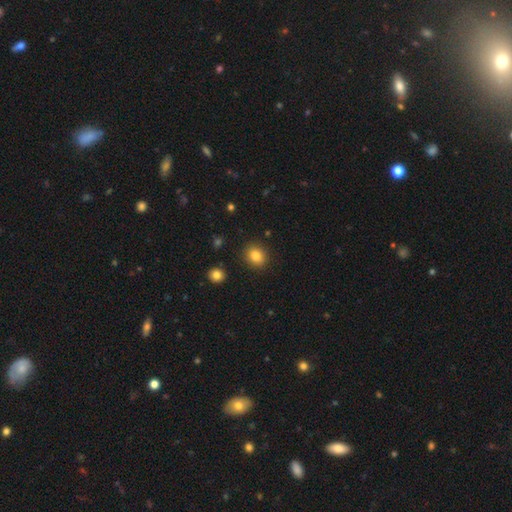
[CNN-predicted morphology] A smooth galaxy with no disk features (84%) that is round (62%).

Vote fractions:
- Smooth or featured? smooth: 84% / star or artifact: 10% / featured or disk: 6%
- How rounded? round: 62% / in between: 37% / cigar-shaped: 1%
- Merging? none: 88% / minor disturbance: 8% / major disturbance: 2% / merger: 2%